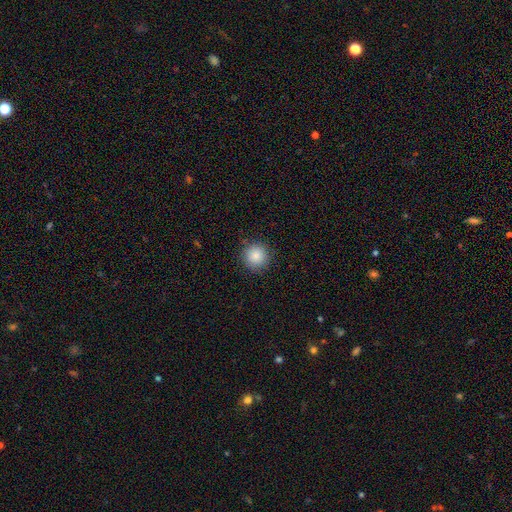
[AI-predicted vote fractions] Smooth or featured: smooth — 86% (star or artifact — 9%)
How rounded: round — 95% (in between — 5%)
Merging: none — 89% (minor disturbance — 8%)